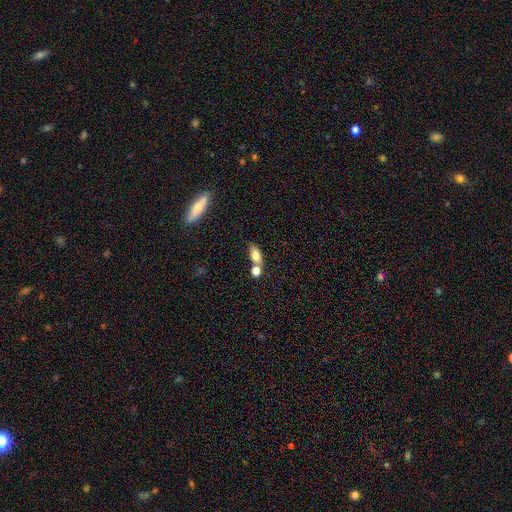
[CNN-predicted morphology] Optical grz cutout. It shows a smooth galaxy with no disk features (74%) that is in between round and cigar-shaped (75%). Merging: none (49%).